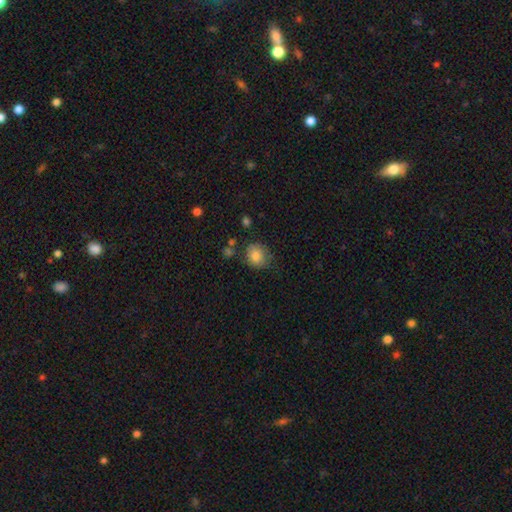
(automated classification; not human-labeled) smooth_or_featured: smooth (p=0.82) [alt: featured or disk p=0.09]
how_rounded: round (p=0.67) [alt: in between p=0.32]
merging: none (p=0.65) [alt: minor disturbance p=0.24]